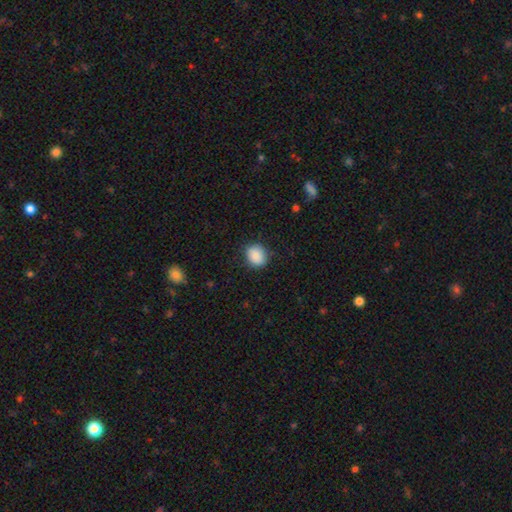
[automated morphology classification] Smooth or featured? smooth (87%)
How rounded? round (64%)
Merging? none (82%)